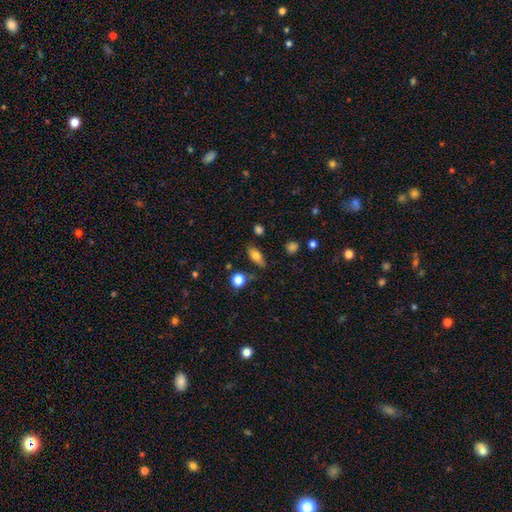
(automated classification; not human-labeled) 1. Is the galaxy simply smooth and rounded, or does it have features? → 75% smooth, 16% featured or disk, 9% star or artifact.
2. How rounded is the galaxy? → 80% in between, 14% cigar-shaped, 6% round.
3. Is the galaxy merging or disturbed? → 79% none, 14% minor disturbance, 4% merger, 3% major disturbance.